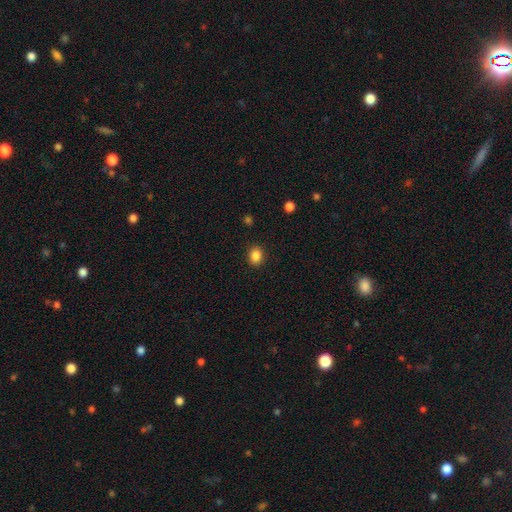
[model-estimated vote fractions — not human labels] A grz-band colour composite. It shows a smooth galaxy with no disk features (87%) that is round (53%). Merging: none (89%).